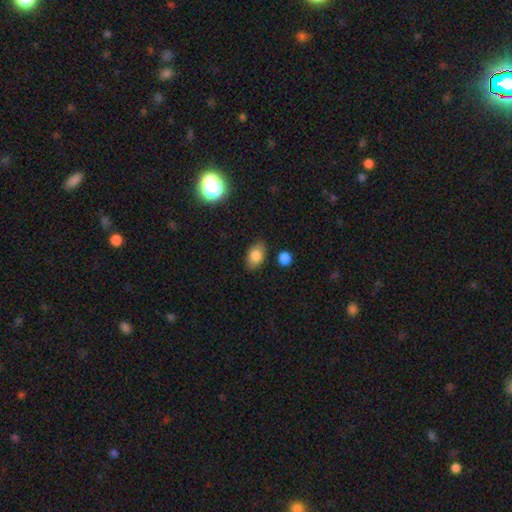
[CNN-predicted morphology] smooth_or_featured: smooth (p=0.82) [alt: star or artifact p=0.09]
how_rounded: in between (p=0.86) [alt: round p=0.13]
merging: none (p=0.82) [alt: minor disturbance p=0.12]